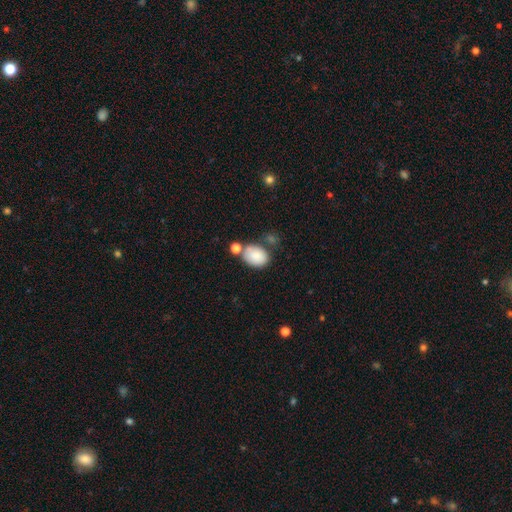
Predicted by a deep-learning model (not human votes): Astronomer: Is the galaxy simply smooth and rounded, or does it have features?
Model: smooth — 84%.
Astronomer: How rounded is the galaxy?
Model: in between — 78%.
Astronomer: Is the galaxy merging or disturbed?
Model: none — 56%.